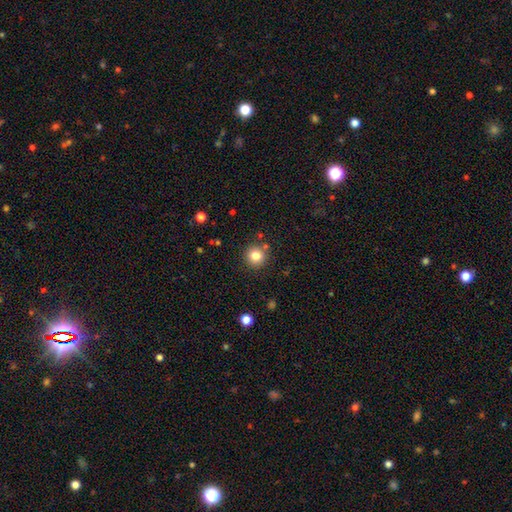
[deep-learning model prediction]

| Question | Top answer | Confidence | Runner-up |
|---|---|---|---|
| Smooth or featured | smooth | 82% | star or artifact (12%) |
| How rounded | round | 94% | in between (5%) |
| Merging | none | 86% | minor disturbance (7%) |